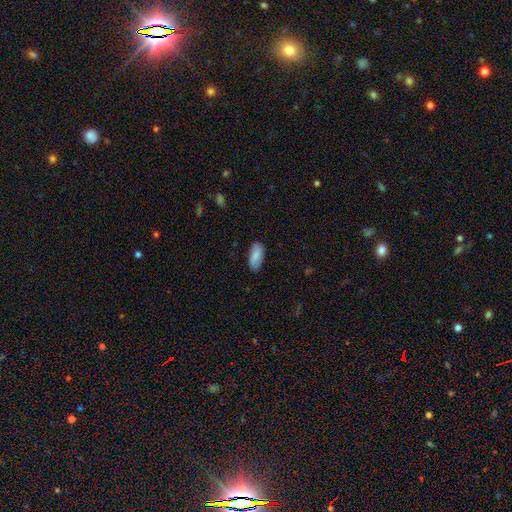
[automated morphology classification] This appears to be a smooth galaxy with no disk features (84%) that is in between round and cigar-shaped (88%). Merging: none (81%).